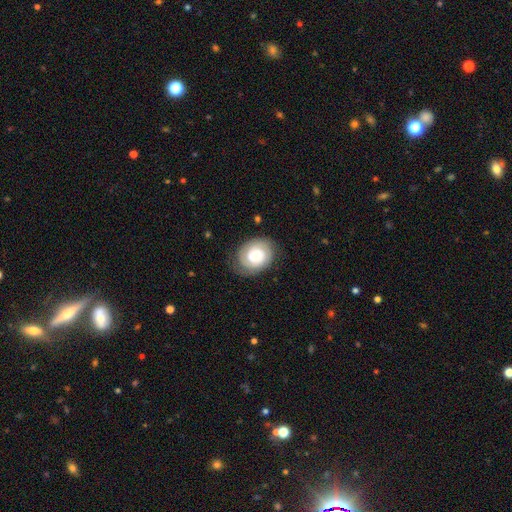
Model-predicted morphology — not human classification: smooth_or_featured: featured or disk (p=0.60) [alt: smooth p=0.34]
disk_edge_on: no (p=0.97) [alt: yes p=0.03]
bar: no (p=0.68) [alt: weak p=0.26]
has_spiral_arms: yes (p=0.87) [alt: no p=0.13]
spiral_winding: tight (p=0.68) [alt: medium p=0.24]
spiral_arm_count: 2 (p=0.55) [alt: can't tell p=0.24]
bulge_size: moderate (p=0.45) [alt: small p=0.34]
merging: none (p=0.76) [alt: minor disturbance p=0.17]